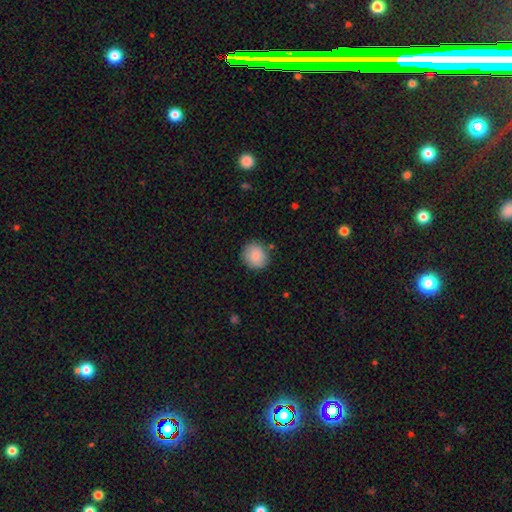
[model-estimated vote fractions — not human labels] smooth 87%, star or artifact 7%, featured or disk 6%. Down the decision tree: how rounded — round (82%); merging — none (85%).